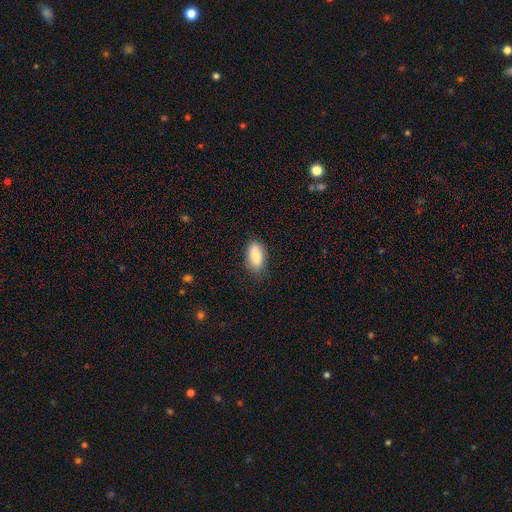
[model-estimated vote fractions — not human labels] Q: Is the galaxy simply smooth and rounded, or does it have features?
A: smooth — 86%.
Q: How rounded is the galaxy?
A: in between — 87%.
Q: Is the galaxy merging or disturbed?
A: none — 80%.